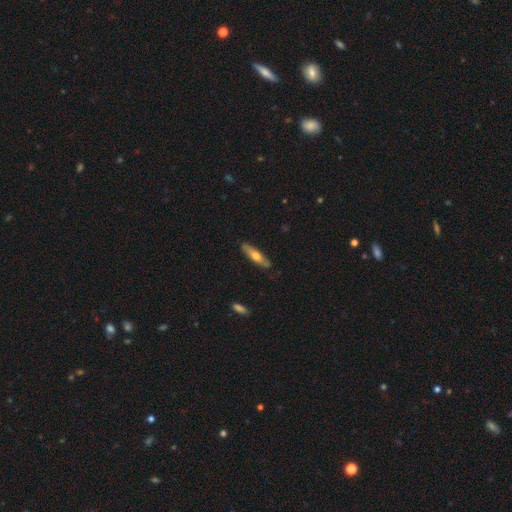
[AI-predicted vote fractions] A smooth galaxy with no disk features (54%) that is cigar-shaped (73%). Merging: none (85%).